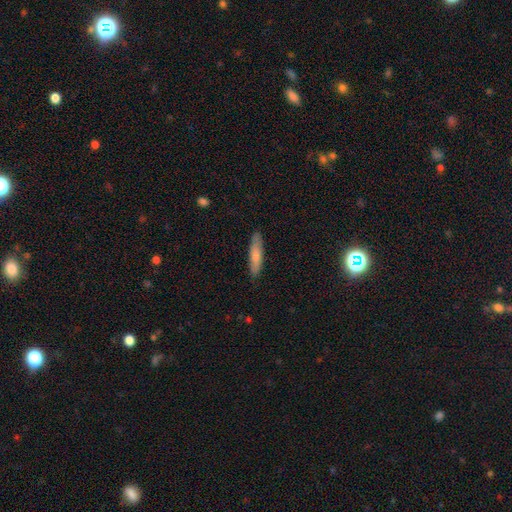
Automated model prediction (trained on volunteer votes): smooth_or_featured: smooth (p=0.75) [alt: featured or disk p=0.19]
how_rounded: cigar-shaped (p=0.78) [alt: in between p=0.21]
merging: none (p=0.87) [alt: minor disturbance p=0.10]